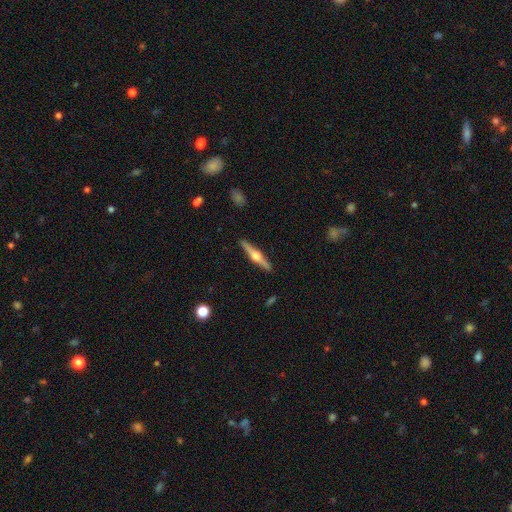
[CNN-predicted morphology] featured or disk 74%, smooth 21%, star or artifact 5%. Down the decision tree: edge-on disk — yes (98%); edge-on bulge — rounded (94%); merging — none (91%).